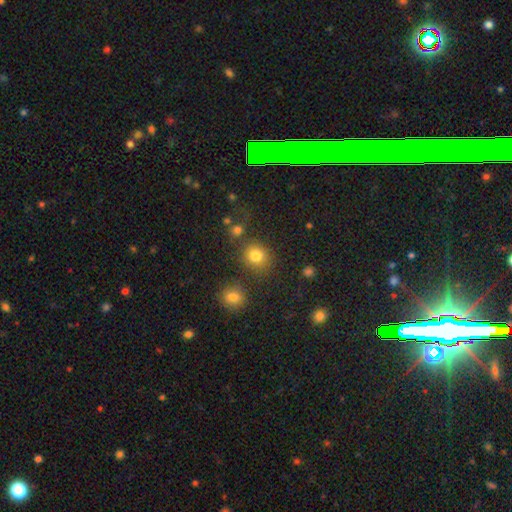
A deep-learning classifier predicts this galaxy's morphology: A smooth galaxy with no disk features (80%) that is round (83%). Merging: none (76%).